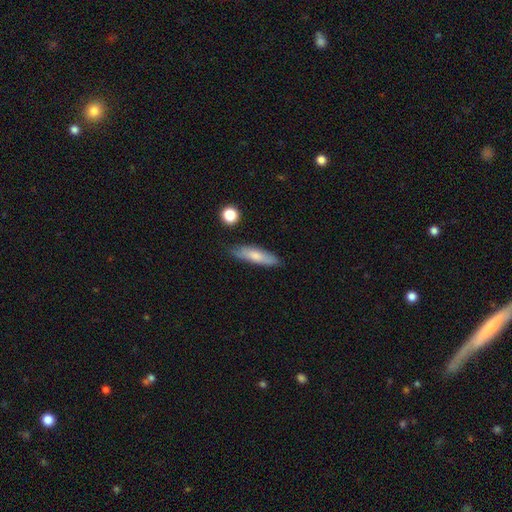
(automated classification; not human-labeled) Q: Smooth or featured?
A: smooth (72%); runner-up: featured or disk (21%)
Q: How rounded?
A: cigar-shaped (66%); runner-up: in between (31%)
Q: Merging?
A: none (78%); runner-up: minor disturbance (17%)